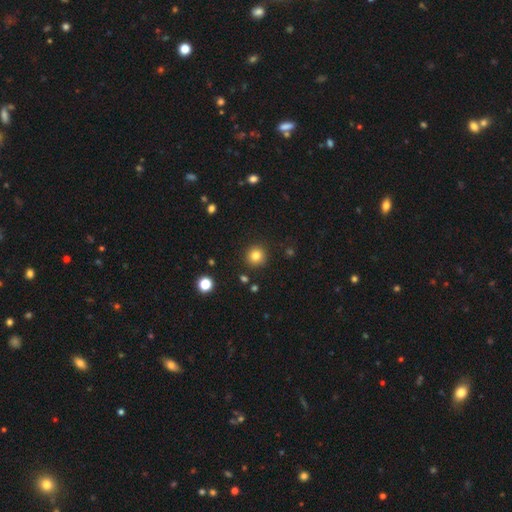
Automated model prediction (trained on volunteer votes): Smooth or featured? Predicted: smooth (p=0.81). How rounded? Predicted: round (p=0.95). Merging? Predicted: none (p=0.91).